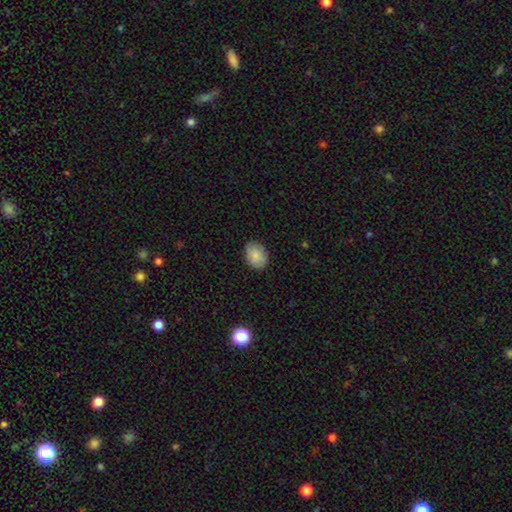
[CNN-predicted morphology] Smooth or featured?
  - smooth: 86% *
  - star or artifact: 7%
  - featured or disk: 7%
How rounded?
  - in between: 74% *
  - round: 26%
  - cigar-shaped: 1%
Merging?
  - none: 85% *
  - minor disturbance: 11%
  - major disturbance: 2%
  - merger: 1%